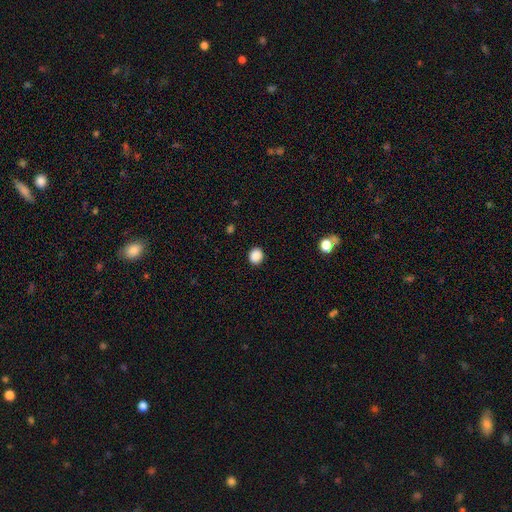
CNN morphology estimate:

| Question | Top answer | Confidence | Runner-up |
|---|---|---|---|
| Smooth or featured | smooth | 88% | star or artifact (9%) |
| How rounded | round | 77% | in between (23%) |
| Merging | none | 91% | minor disturbance (6%) |